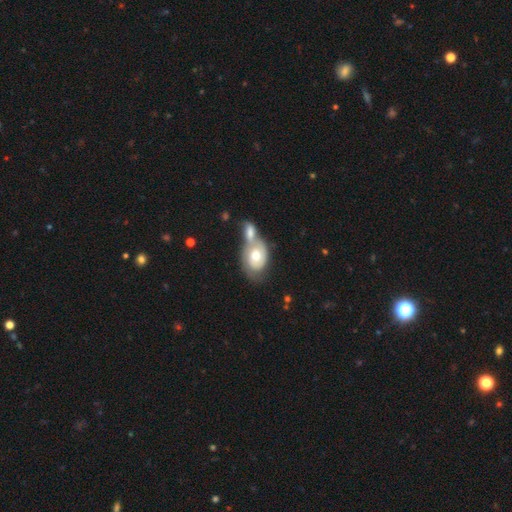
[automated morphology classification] Smooth or featured? Predicted: featured or disk (p=0.50). Edge-on disk? Predicted: no (p=0.96). Merging? Predicted: merger (p=0.61).